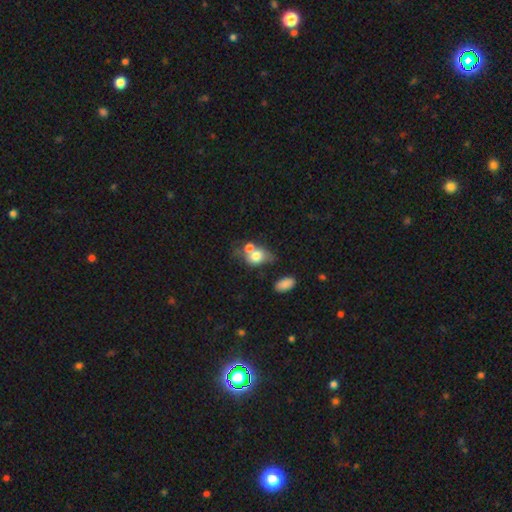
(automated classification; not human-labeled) Smooth or featured? Predicted: smooth (p=0.72). How rounded? Predicted: in between (p=0.63). Merging? Predicted: merger (p=0.49).